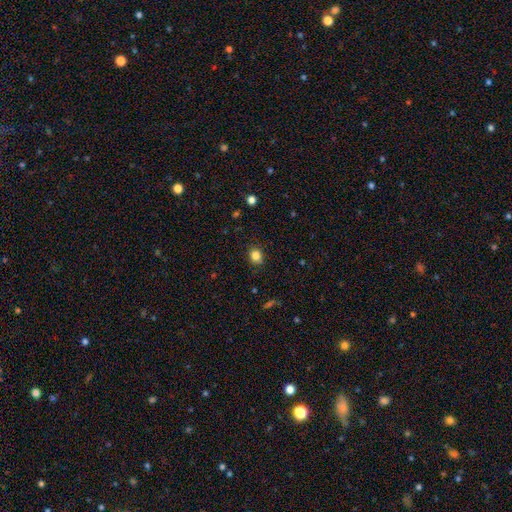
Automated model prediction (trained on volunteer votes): A smooth galaxy with no disk features (83%) that is round (75%). Merging: none (84%).